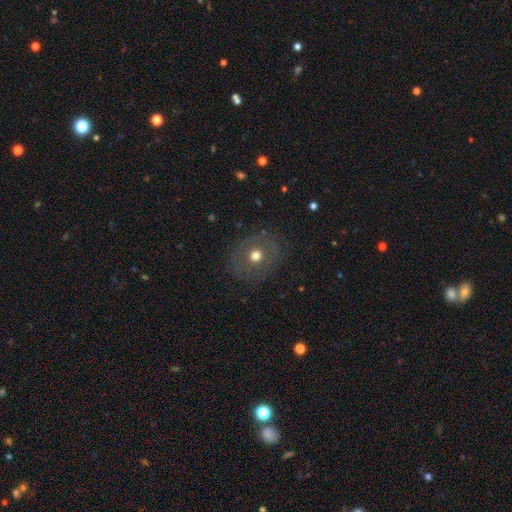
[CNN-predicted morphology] Smooth or featured?
  - smooth: 56% *
  - featured or disk: 32%
  - star or artifact: 11%
How rounded?
  - round: 72% *
  - in between: 27%
  - cigar-shaped: 1%
Merging?
  - none: 83% *
  - minor disturbance: 10%
  - major disturbance: 5%
  - merger: 1%